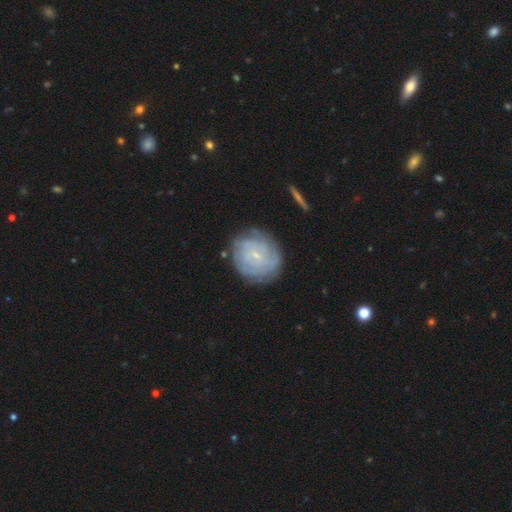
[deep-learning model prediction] This appears to be a featured or disk galaxy (68%) with no bar (67%), tight (78%) spiral arms (86%) and a small central bulge (85%). Merging: none (79%).